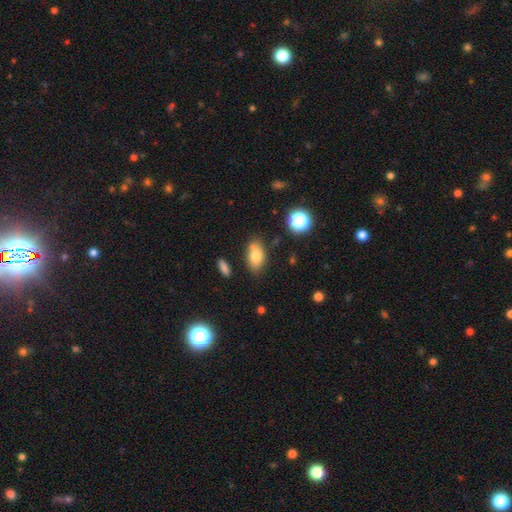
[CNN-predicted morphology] A smooth galaxy with no disk features (77%) that is in between round and cigar-shaped (89%). Merging: none (75%).